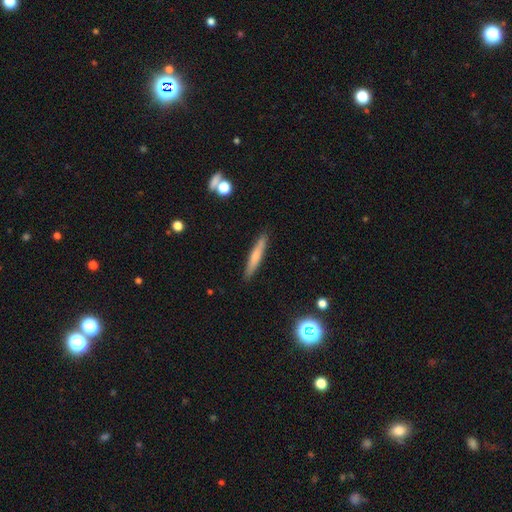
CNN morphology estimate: type=smooth (64%); roundness=cigar-shaped (93%); merging=none (90%).